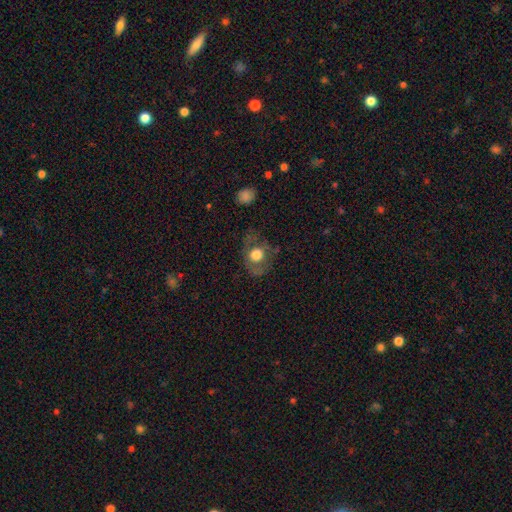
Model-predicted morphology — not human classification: smooth 57%, featured or disk 34%, star or artifact 10%. Down the decision tree: how rounded — round (71%); merging — none (62%).